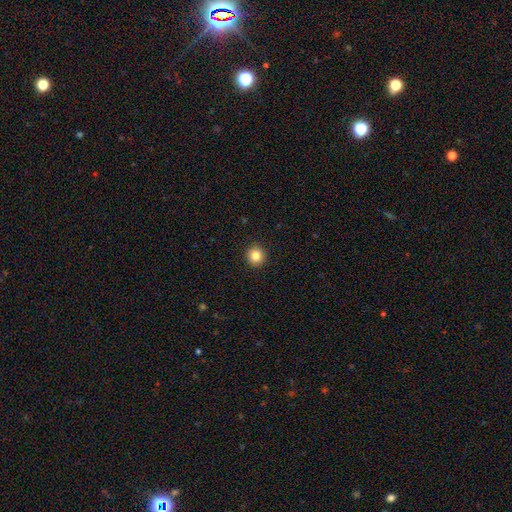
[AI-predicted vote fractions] Morphology: type=smooth (84%); roundness=round (94%); merging=none (93%).